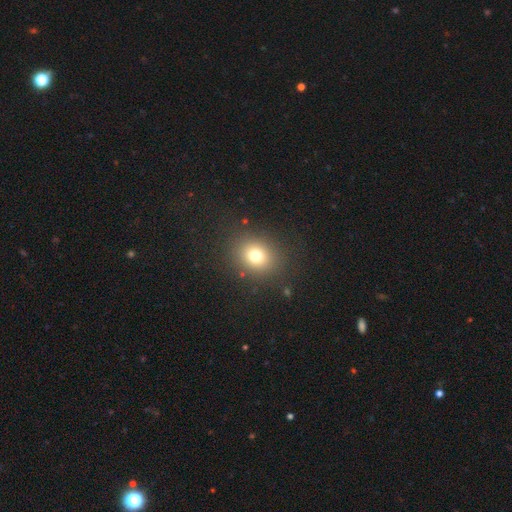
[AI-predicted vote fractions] Smooth or featured?
  - smooth: 73% *
  - star or artifact: 17%
  - featured or disk: 10%
How rounded?
  - round: 71% *
  - in between: 28%
  - cigar-shaped: 1%
Merging?
  - none: 86% *
  - minor disturbance: 8%
  - major disturbance: 4%
  - merger: 1%